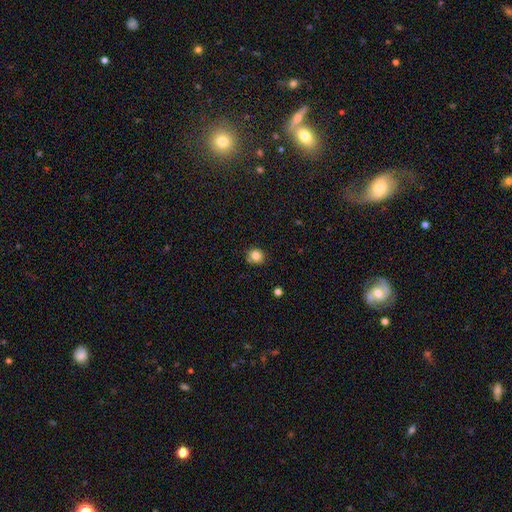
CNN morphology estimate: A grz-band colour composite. It shows a smooth galaxy with no disk features (82%) that is round (79%). Merging: none (80%).